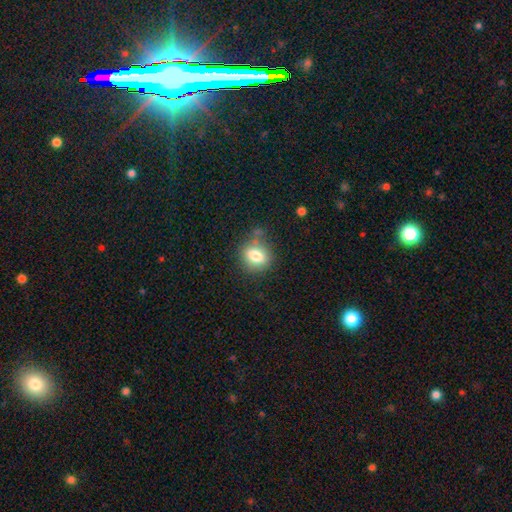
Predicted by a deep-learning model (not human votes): Overall: smooth (79%). How rounded: round (61%; in between 38%). Merging: none (72%).